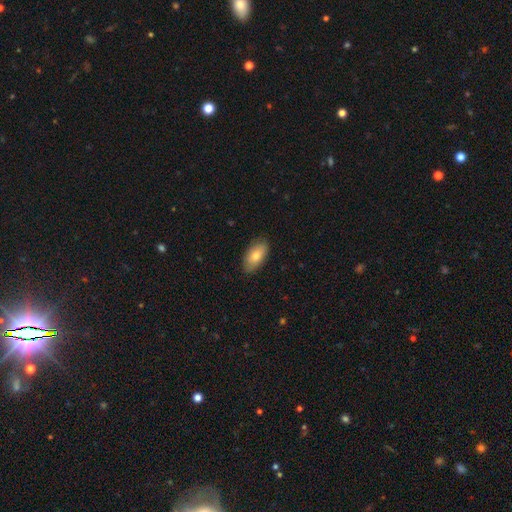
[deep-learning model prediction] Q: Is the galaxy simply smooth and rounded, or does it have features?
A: smooth — 76%.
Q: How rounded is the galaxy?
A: in between — 92%.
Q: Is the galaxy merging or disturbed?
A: none — 86%.